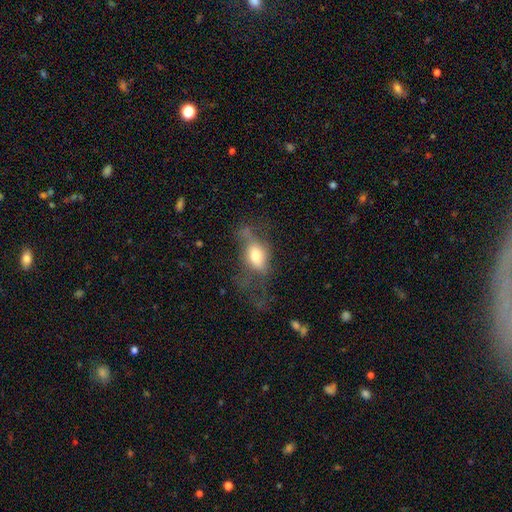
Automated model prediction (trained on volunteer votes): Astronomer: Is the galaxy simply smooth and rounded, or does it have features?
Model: smooth — 60%.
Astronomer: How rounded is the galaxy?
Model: in between — 80%.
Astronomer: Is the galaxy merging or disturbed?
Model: major disturbance — 44% (runner-up: none, 29%).